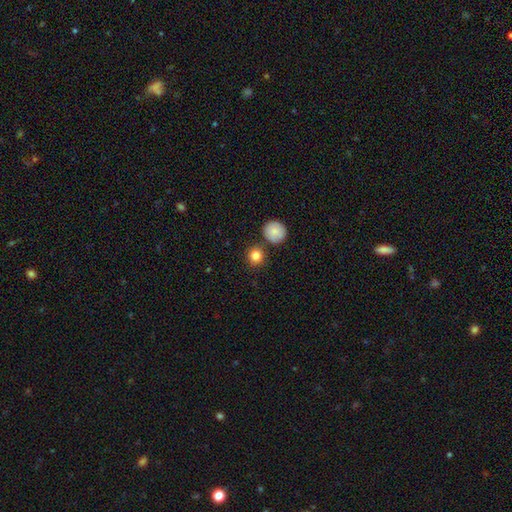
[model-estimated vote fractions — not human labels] Q: Smooth or featured?
A: smooth (85%); runner-up: star or artifact (10%)
Q: How rounded?
A: round (91%); runner-up: in between (8%)
Q: Merging?
A: none (80%); runner-up: merger (10%)